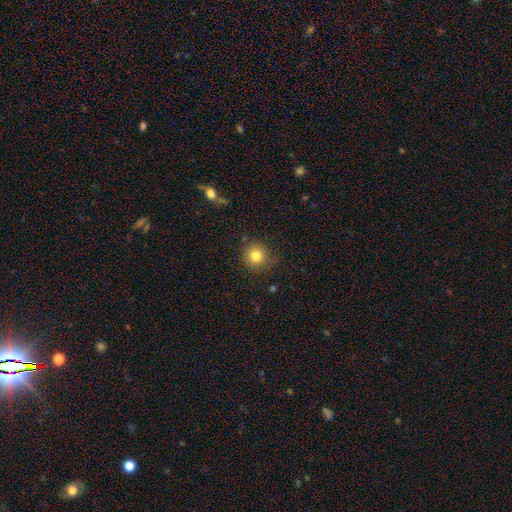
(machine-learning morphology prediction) smooth-or-featured: smooth: 80% | star or artifact: 12% | featured or disk: 8%
  how-rounded: round: 91% | in between: 8% | cigar-shaped: 1%
  merging: none: 80% | minor disturbance: 14% | major disturbance: 4% | merger: 1%